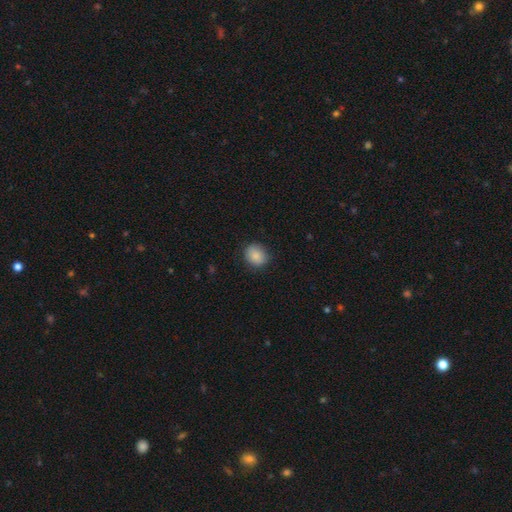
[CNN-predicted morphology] smooth_or_featured: smooth (p=0.87) [alt: star or artifact p=0.08]
how_rounded: round (p=0.68) [alt: in between p=0.32]
merging: none (p=0.83) [alt: minor disturbance p=0.13]